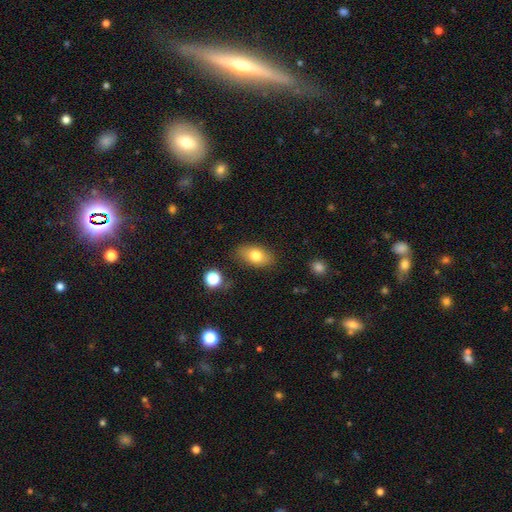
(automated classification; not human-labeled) This appears to be a smooth galaxy with no disk features (77%) that is in between round and cigar-shaped (88%). Merging: none (81%).